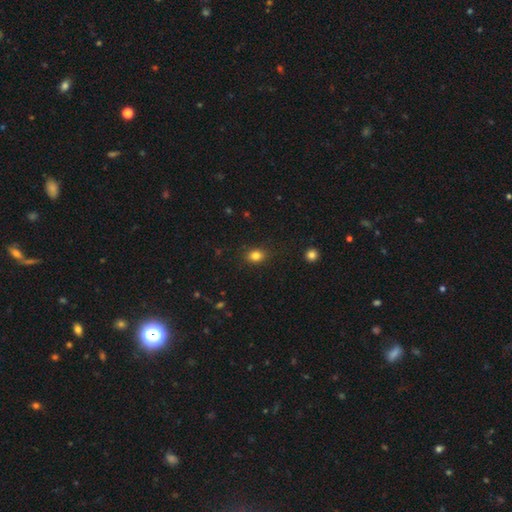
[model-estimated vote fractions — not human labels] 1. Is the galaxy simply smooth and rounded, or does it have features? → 83% smooth, 12% star or artifact, 5% featured or disk.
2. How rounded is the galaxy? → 51% in between, 48% round, 1% cigar-shaped.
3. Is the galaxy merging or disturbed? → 86% none, 11% minor disturbance, 3% major disturbance, 1% merger.